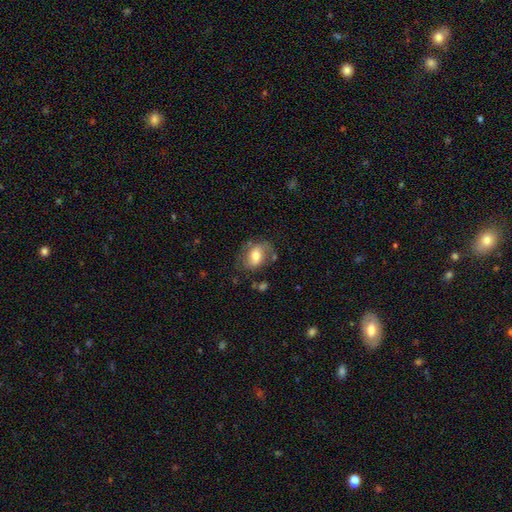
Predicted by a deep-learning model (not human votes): smooth-or-featured: smooth: 61% | featured or disk: 31% | star or artifact: 8%
  how-rounded: in between: 75% | round: 23% | cigar-shaped: 1%
  merging: none: 64% | minor disturbance: 22% | major disturbance: 9% | merger: 5%